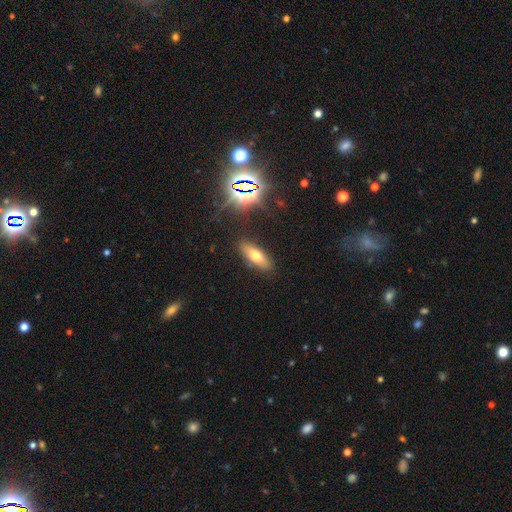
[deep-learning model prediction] A smooth galaxy with no disk features (62%) that is in between round and cigar-shaped (67%).

Vote fractions:
- Smooth or featured? smooth: 62% / featured or disk: 24% / star or artifact: 15%
- How rounded? in between: 67% / cigar-shaped: 29% / round: 4%
- Merging? none: 86% / minor disturbance: 9% / major disturbance: 3% / merger: 2%